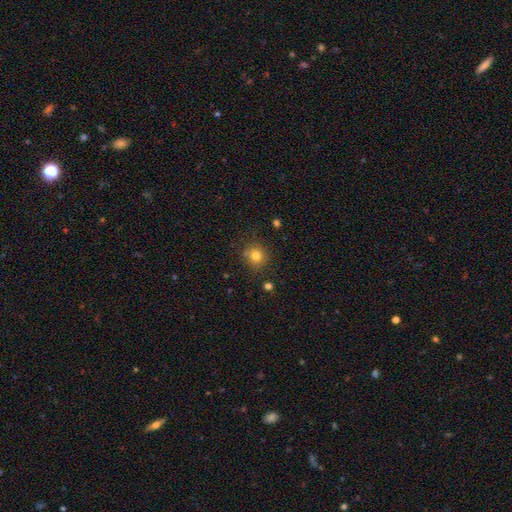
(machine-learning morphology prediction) Q: Smooth or featured?
A: smooth (78%); runner-up: star or artifact (14%)
Q: How rounded?
A: round (86%); runner-up: in between (13%)
Q: Merging?
A: none (79%); runner-up: minor disturbance (12%)